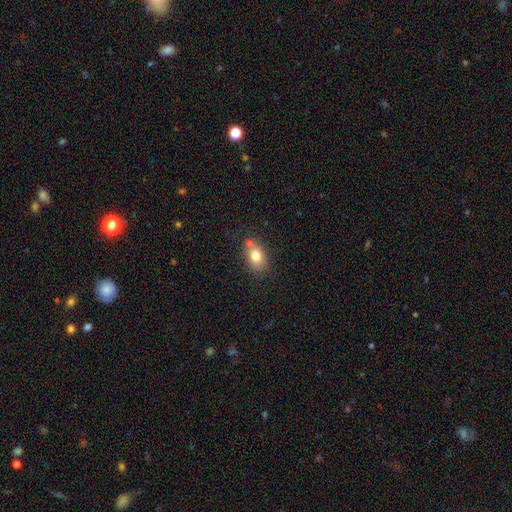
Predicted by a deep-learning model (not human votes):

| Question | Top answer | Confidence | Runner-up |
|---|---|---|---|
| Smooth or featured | smooth | 79% | featured or disk (12%) |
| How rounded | in between | 75% | round (24%) |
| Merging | none | 63% | merger (17%) |